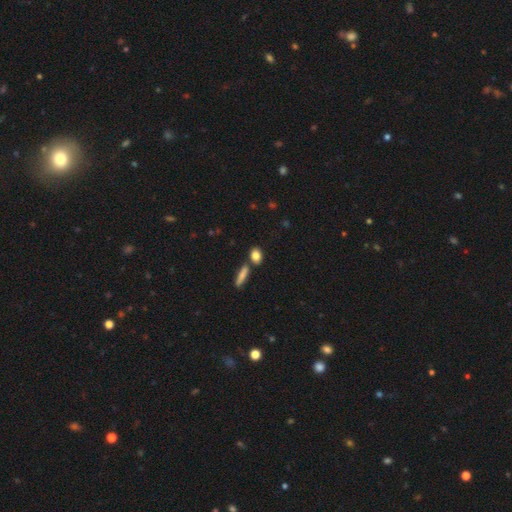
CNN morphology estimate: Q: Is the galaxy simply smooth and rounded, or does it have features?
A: smooth — 83%.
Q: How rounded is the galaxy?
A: in between — 58%.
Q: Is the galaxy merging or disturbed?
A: none — 70%.